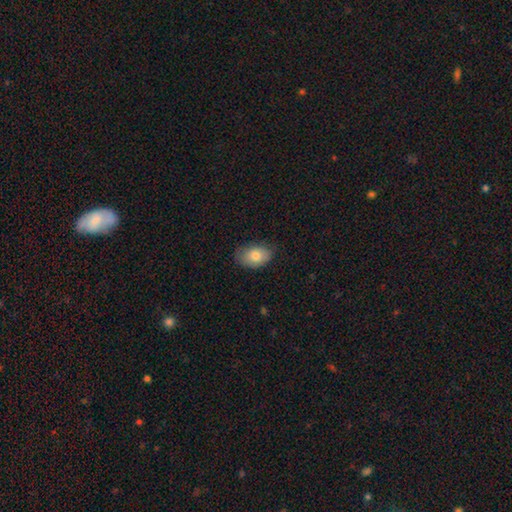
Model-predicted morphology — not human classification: Q: Smooth or featured?
A: smooth (79%); runner-up: featured or disk (13%)
Q: How rounded?
A: in between (87%); runner-up: round (11%)
Q: Merging?
A: none (73%); runner-up: minor disturbance (22%)